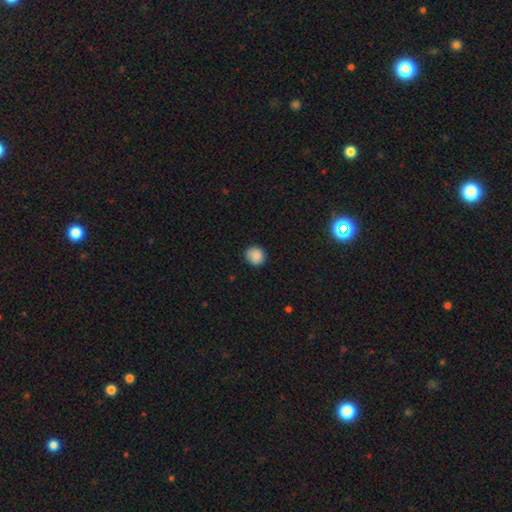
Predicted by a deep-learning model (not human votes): This is clearly a smooth galaxy (87%). How rounded: clearly round (89%). Merging: clearly none (87%).